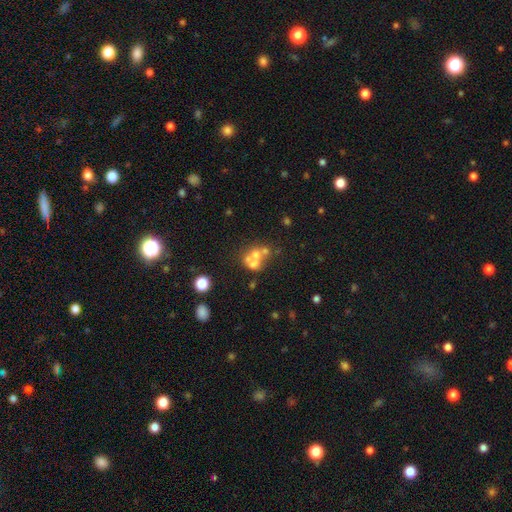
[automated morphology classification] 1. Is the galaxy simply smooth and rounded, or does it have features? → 45% smooth, 37% featured or disk, 18% star or artifact.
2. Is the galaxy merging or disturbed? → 53% merger, 31% none, 9% minor disturbance, 7% major disturbance.